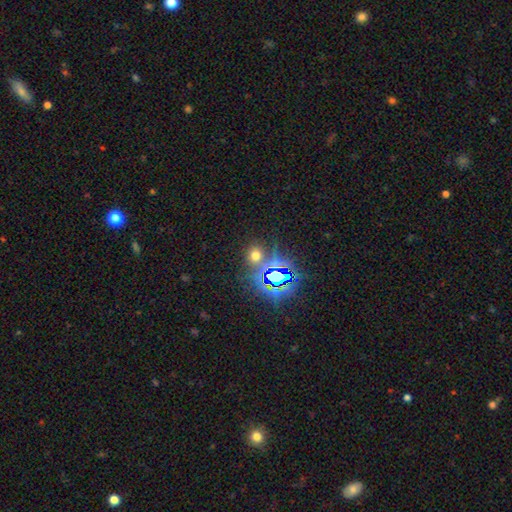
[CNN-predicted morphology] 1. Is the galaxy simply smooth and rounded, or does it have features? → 51% smooth, 41% star or artifact, 7% featured or disk.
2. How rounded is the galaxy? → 72% round, 26% in between, 1% cigar-shaped.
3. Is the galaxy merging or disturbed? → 77% none, 11% merger, 8% minor disturbance, 4% major disturbance.